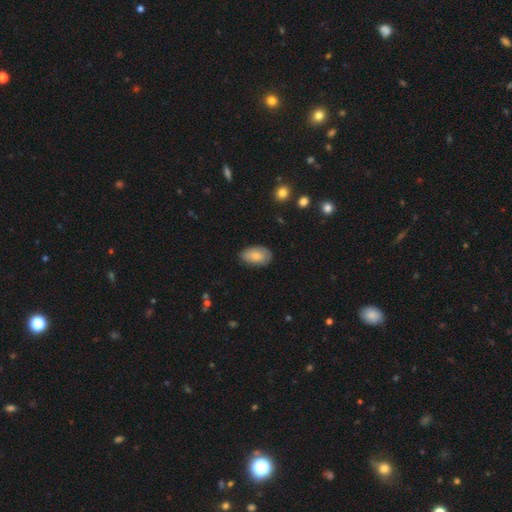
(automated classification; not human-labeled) smooth-or-featured: smooth: 78% | featured or disk: 15% | star or artifact: 6%
  how-rounded: in between: 93% | round: 5% | cigar-shaped: 2%
  merging: none: 75% | minor disturbance: 20% | major disturbance: 3% | merger: 1%